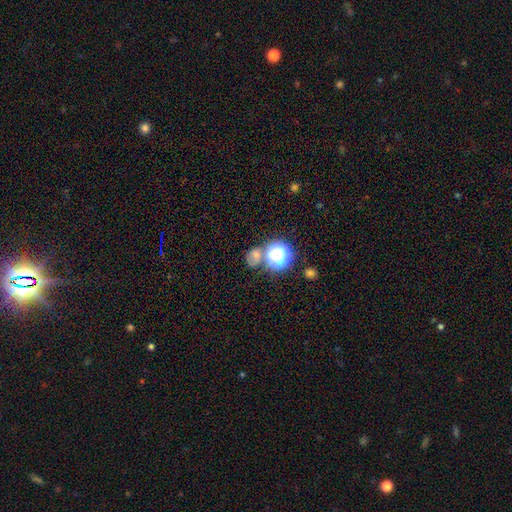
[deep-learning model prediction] A smooth galaxy with no disk features (58%) that is round (71%). Merging: none (54%).